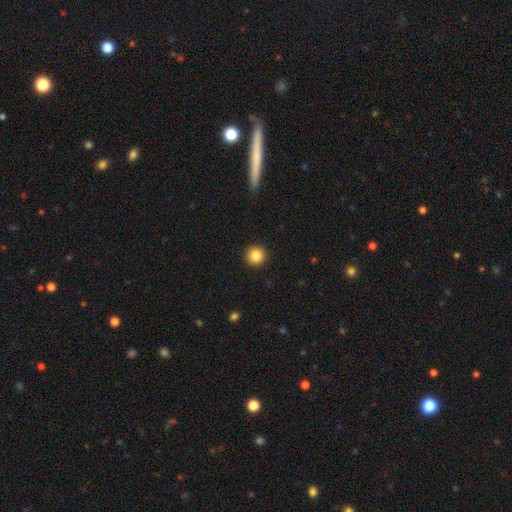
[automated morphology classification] Smooth or featured? Predicted: smooth (p=0.85). How rounded? Predicted: round (p=0.96). Merging? Predicted: none (p=0.93).